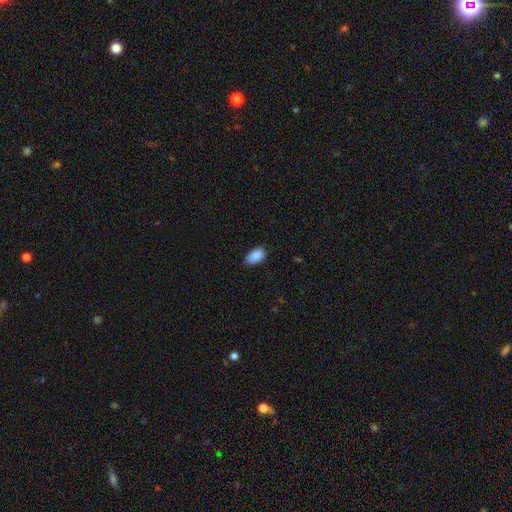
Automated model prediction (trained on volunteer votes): Smooth or featured? Predicted: smooth (p=0.90). How rounded? Predicted: in between (p=0.94). Merging? Predicted: none (p=0.84).